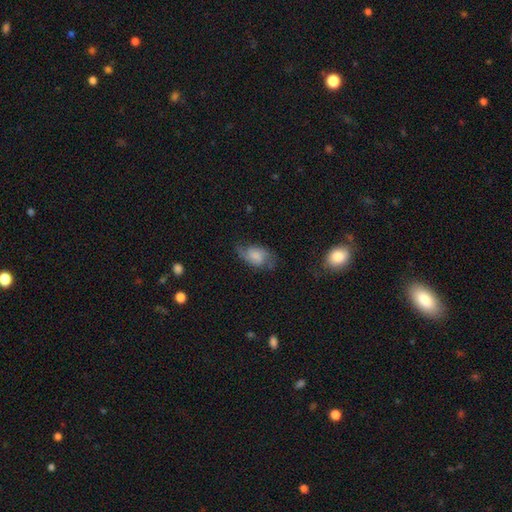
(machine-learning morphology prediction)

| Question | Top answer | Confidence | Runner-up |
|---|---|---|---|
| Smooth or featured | featured or disk | 54% | smooth (37%) |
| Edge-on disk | no | 96% | yes (4%) |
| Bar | no | 55% | weak (37%) |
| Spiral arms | yes | 89% | no (11%) |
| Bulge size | none | 33% | small (24%) |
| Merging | none | 57% | minor disturbance (26%) |